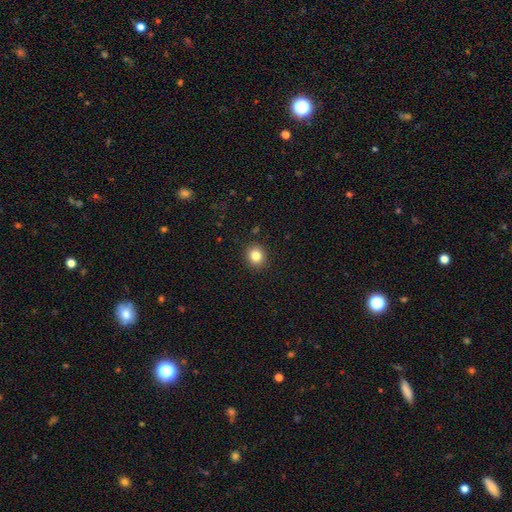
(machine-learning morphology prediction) type=smooth (83%); roundness=round (83%); merging=none (91%).